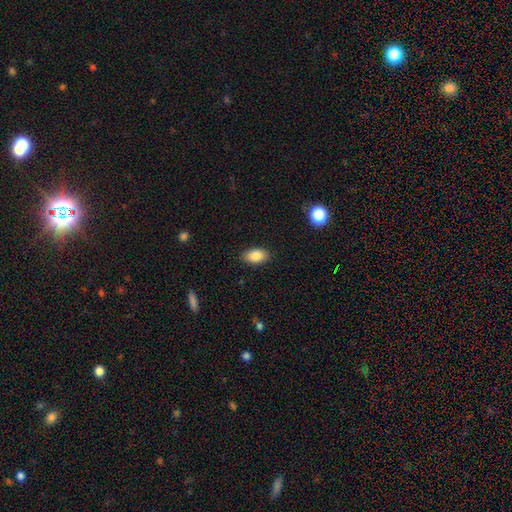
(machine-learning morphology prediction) A smooth galaxy with no disk features (85%) that is in between round and cigar-shaped (91%).

Vote fractions:
- Smooth or featured? smooth: 85% / star or artifact: 8% / featured or disk: 7%
- How rounded? in between: 91% / round: 7% / cigar-shaped: 2%
- Merging? none: 87% / minor disturbance: 10% / major disturbance: 2% / merger: 1%